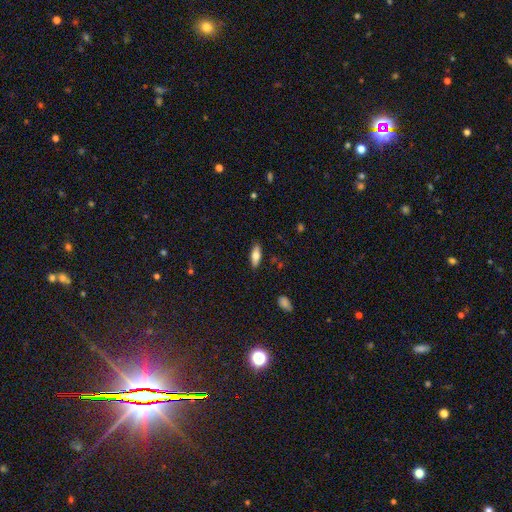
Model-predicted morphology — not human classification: A smooth galaxy with no disk features (70%) that is in between round and cigar-shaped (70%). Merging: none (87%).